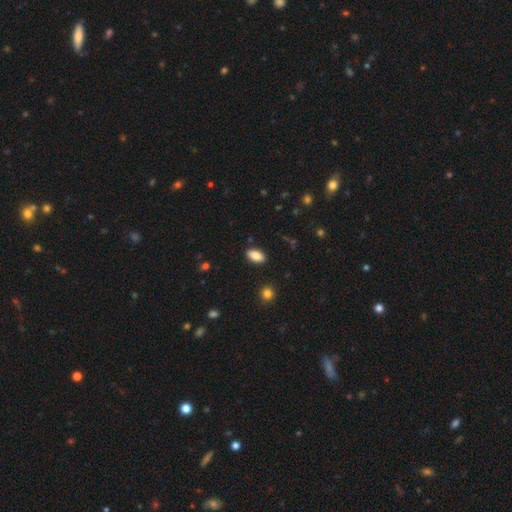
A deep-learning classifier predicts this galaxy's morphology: Overall: smooth (86%). How rounded: in between (91%). Merging: none (88%).